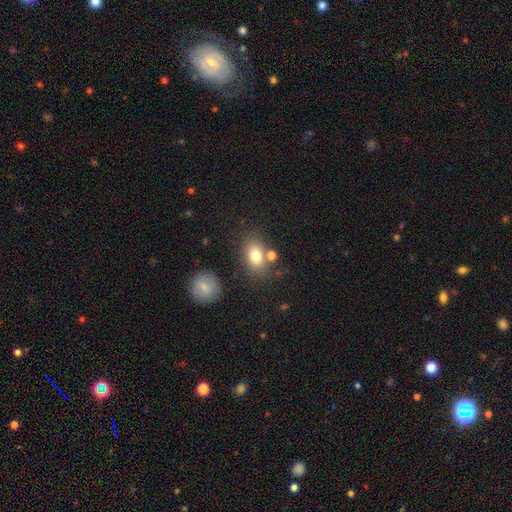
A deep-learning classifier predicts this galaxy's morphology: This is likely a smooth galaxy (78%). How rounded: likely in between (75%). Merging: likely none (65%).